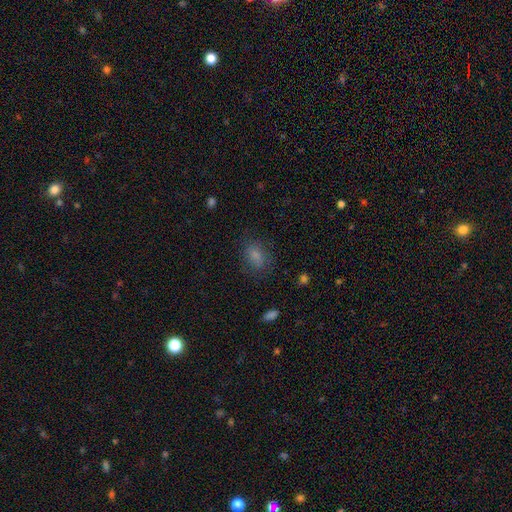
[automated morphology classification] This appears to be a smooth galaxy with no disk features (77%) that is in between round and cigar-shaped (76%). Merging: none (72%).